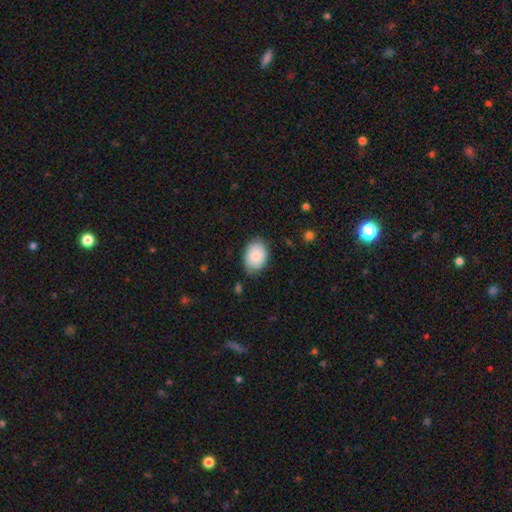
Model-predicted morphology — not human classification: Smooth or featured? smooth (86%)
How rounded? in between (74%)
Merging? none (78%)